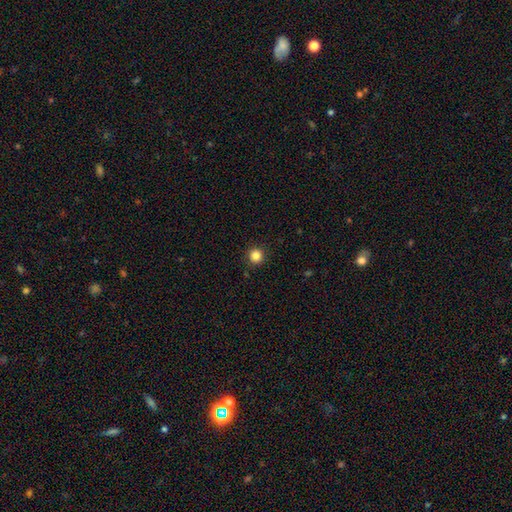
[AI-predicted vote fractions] This appears to be a smooth galaxy with no disk features (84%) that is round (96%). Merging: none (92%).